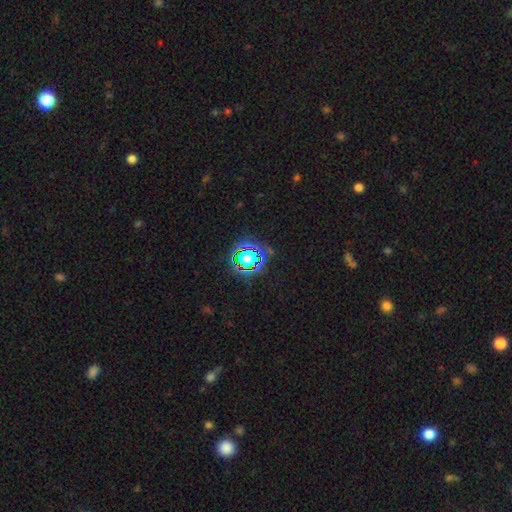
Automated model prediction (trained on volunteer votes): Smooth or featured? star or artifact (79%)